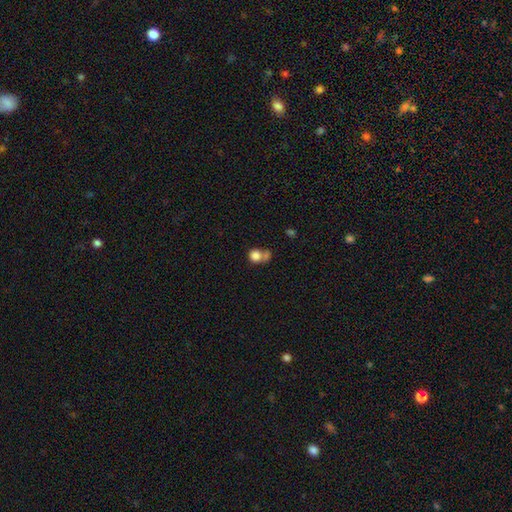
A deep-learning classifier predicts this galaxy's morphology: A smooth galaxy with no disk features (82%) that is round (83%). Merging: merger (45%).